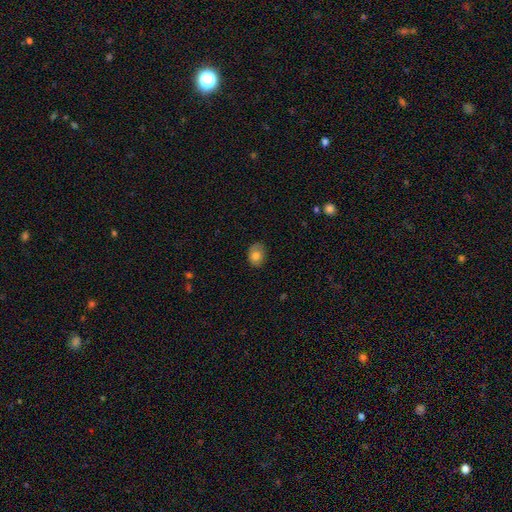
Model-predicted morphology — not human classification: This is likely a smooth galaxy (78%). How rounded: possibly in between (58%). Merging: likely none (69%).